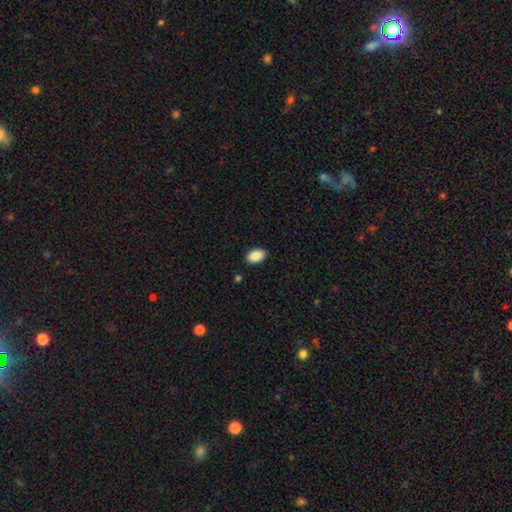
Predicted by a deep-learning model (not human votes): Q: Smooth or featured?
A: smooth (90%); runner-up: star or artifact (7%)
Q: How rounded?
A: in between (92%); runner-up: round (7%)
Q: Merging?
A: none (88%); runner-up: minor disturbance (9%)